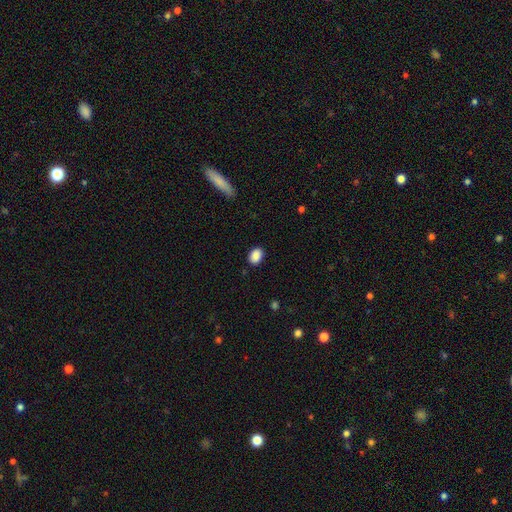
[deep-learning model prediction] This is clearly a smooth galaxy (90%). How rounded: likely in between (78%). Merging: clearly none (87%).